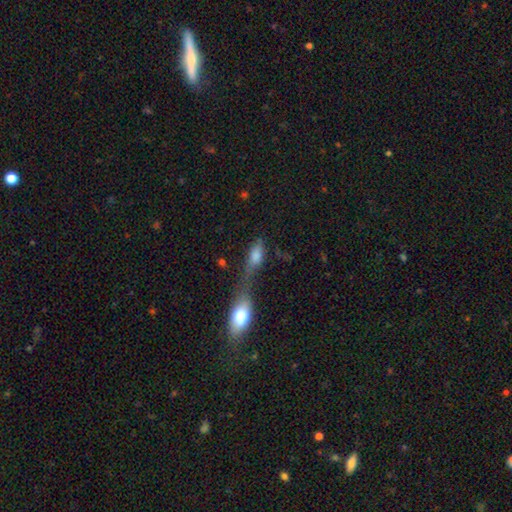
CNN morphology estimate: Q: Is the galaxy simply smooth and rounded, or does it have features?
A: smooth — 73%.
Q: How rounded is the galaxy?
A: in between — 78%.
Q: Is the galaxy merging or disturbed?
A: merger — 59%.